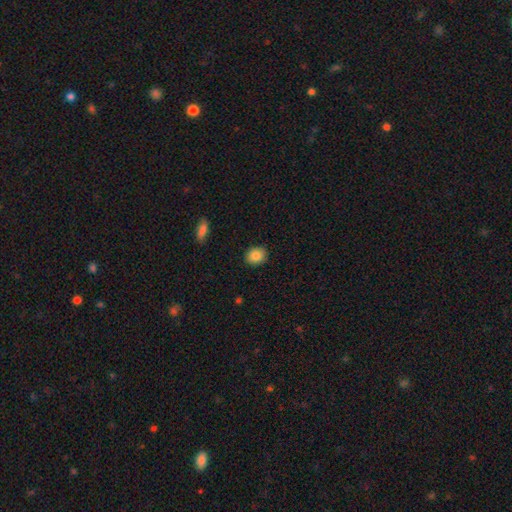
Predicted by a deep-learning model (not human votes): smooth 85%, star or artifact 9%, featured or disk 6%. Down the decision tree: how rounded — round (61%); merging — none (89%).